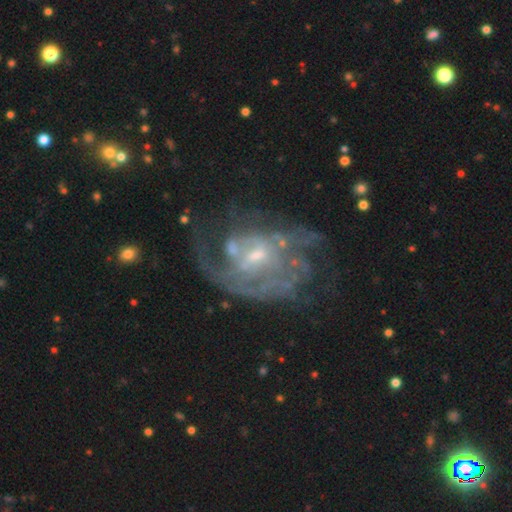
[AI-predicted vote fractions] Overall: featured or disk (82%). Edge-on disk: no (97%). Bar: no (48%; weak 43%). Spiral arms: yes (75%). Spiral arm count: can't tell (42%; 2 26%). Spiral winding: medium (39%; tight 33%). Bulge size: small (56%; moderate 33%). Merging: none (41%; major disturbance 34%).